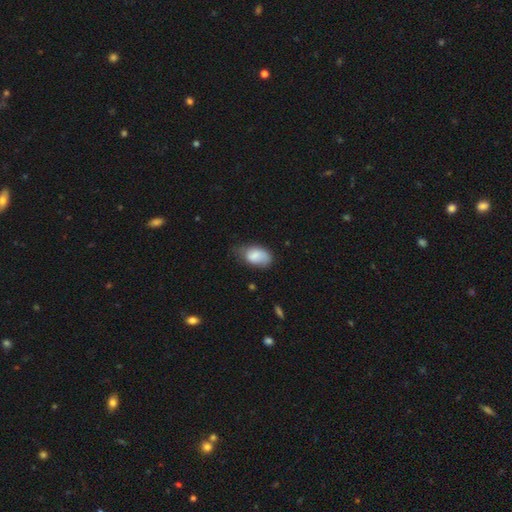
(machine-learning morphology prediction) Smooth or featured? Predicted: smooth (p=0.81). How rounded? Predicted: in between (p=0.91). Merging? Predicted: none (p=0.46).